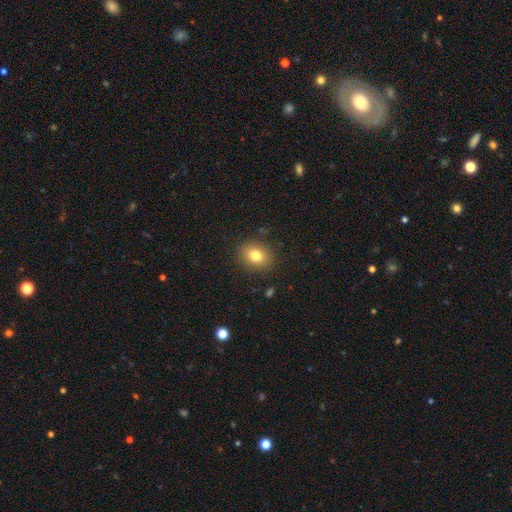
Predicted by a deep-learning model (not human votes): Smooth or featured: smooth — 80% (star or artifact — 11%)
How rounded: round — 50% (in between — 49%)
Merging: none — 87% (minor disturbance — 9%)